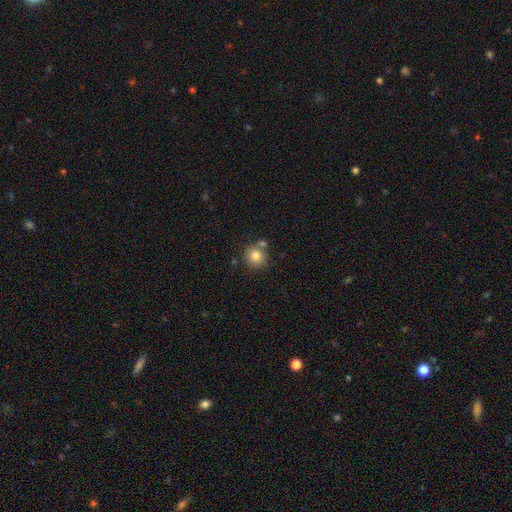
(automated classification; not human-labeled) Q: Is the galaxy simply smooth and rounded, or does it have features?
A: smooth — 81%.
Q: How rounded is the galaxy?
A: round — 91%.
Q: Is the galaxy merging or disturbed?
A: none — 71%.